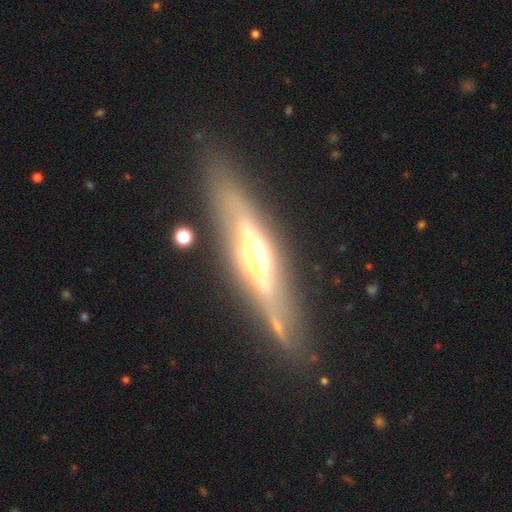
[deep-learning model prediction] A featured or disk galaxy (80%) viewed edge-on (87%) with a rounded central bulge (76%).

Vote fractions:
- Smooth or featured? featured or disk: 80% / smooth: 13% / star or artifact: 7%
- Edge-on disk? yes: 87% / no: 13%
- Edge-on bulge? rounded: 76% / boxy: 17% / none: 7%
- Merging? none: 81% / minor disturbance: 12% / major disturbance: 5% / merger: 3%